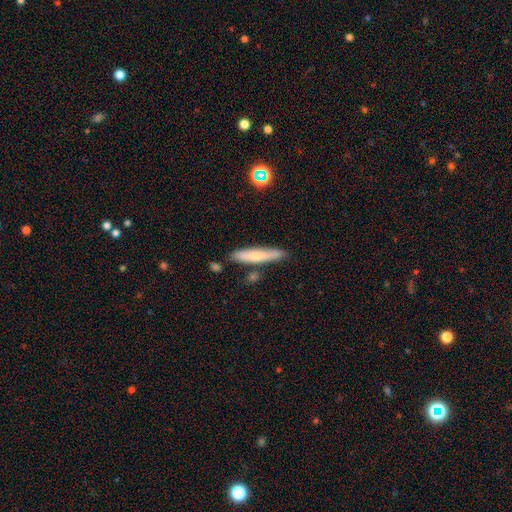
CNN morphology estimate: smooth-or-featured: smooth: 66% | featured or disk: 27% | star or artifact: 7%
  how-rounded: cigar-shaped: 90% | in between: 8% | round: 2%
  merging: none: 77% | minor disturbance: 15% | merger: 5% | major disturbance: 3%